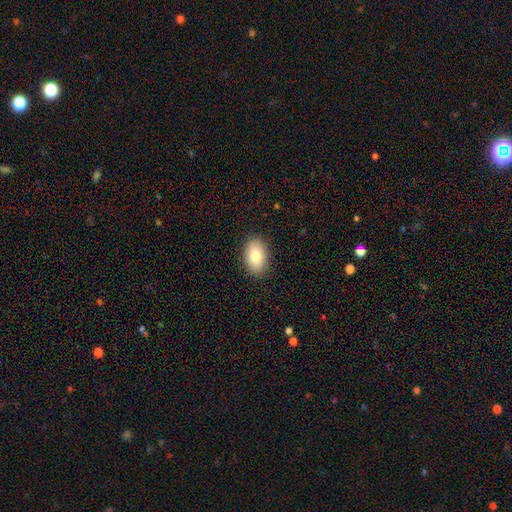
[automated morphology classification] Smooth or featured?
  - smooth: 79% *
  - featured or disk: 13%
  - star or artifact: 7%
How rounded?
  - in between: 90% *
  - round: 8%
  - cigar-shaped: 1%
Merging?
  - none: 89% *
  - minor disturbance: 8%
  - major disturbance: 2%
  - merger: 1%